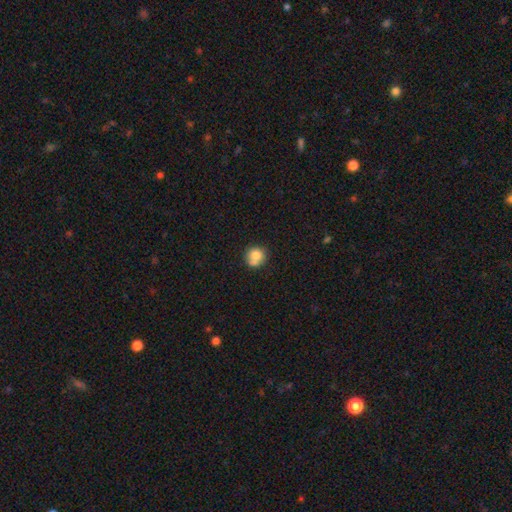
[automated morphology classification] This appears to be a smooth galaxy with no disk features (76%) that is round (87%). Merging: none (52%).